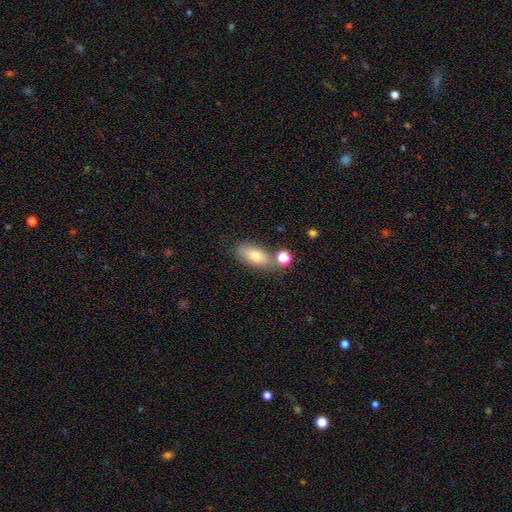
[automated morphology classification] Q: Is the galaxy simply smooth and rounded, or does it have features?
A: smooth — 75%.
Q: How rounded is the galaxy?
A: in between — 83%.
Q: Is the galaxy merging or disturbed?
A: none — 65%.